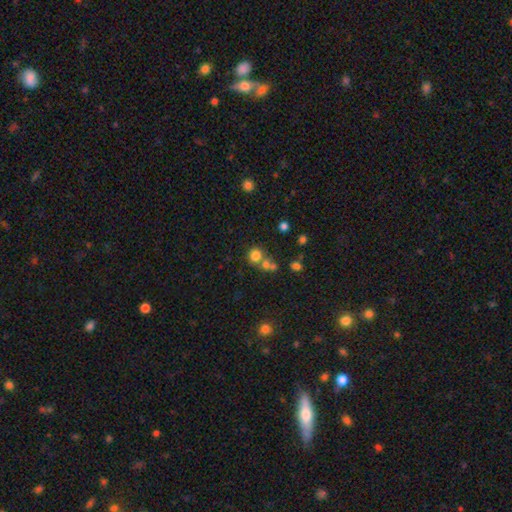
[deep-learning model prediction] Q: Smooth or featured?
A: smooth (76%); runner-up: star or artifact (16%)
Q: How rounded?
A: round (86%); runner-up: in between (13%)
Q: Merging?
A: none (57%); runner-up: merger (31%)